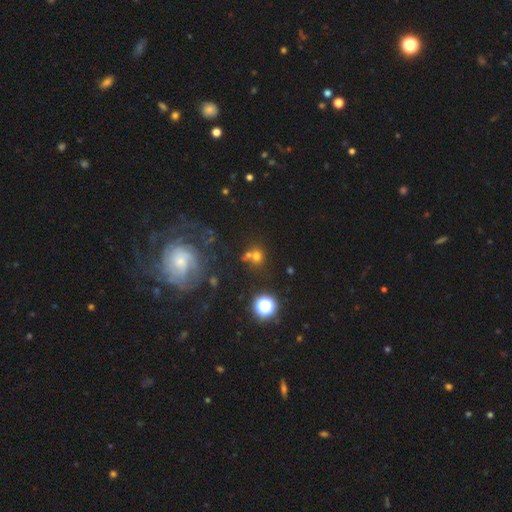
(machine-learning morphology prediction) Overall: smooth (59%; star or artifact 27%). How rounded: round (84%). Merging: none (56%; merger 28%).